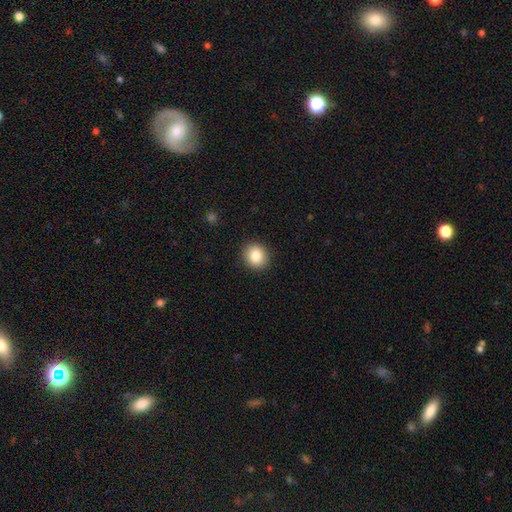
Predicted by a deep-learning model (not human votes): A smooth galaxy with no disk features (85%) that is round (83%). Merging: none (91%).